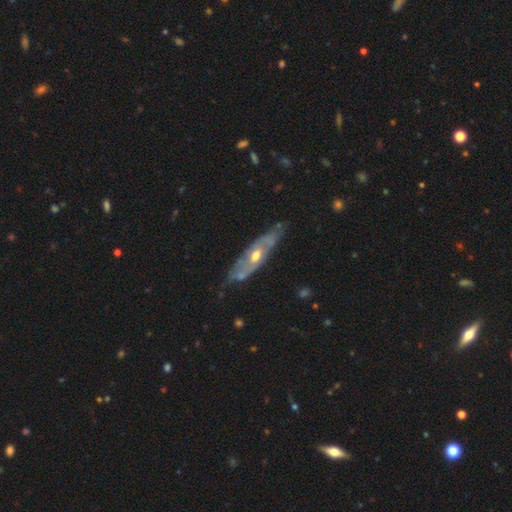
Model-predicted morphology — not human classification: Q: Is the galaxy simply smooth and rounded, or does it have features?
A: featured or disk — 71%.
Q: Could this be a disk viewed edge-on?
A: no — 65%.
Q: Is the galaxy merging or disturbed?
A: none — 68%.